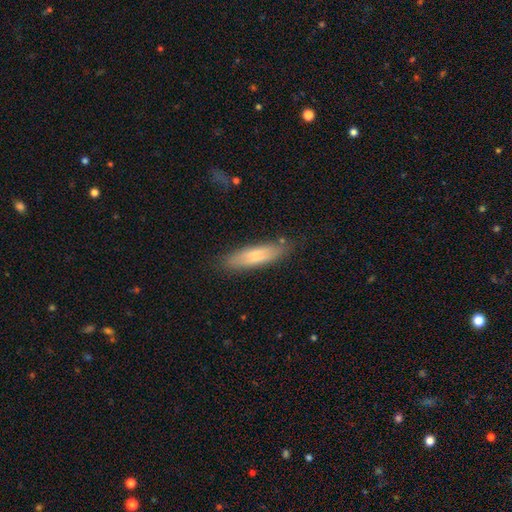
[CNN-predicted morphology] The model was most divided on "how rounded": cigar-shaped: 70%, in between: 29%, round: 2%. More confident: merging — none (82%); smooth or featured — smooth (70%).